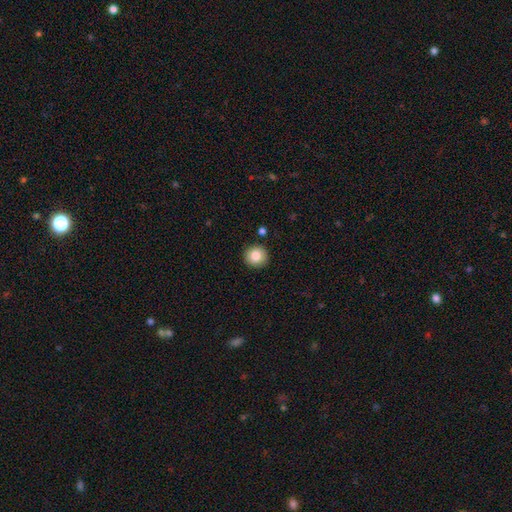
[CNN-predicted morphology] Smooth or featured: smooth — 85% (star or artifact — 9%)
How rounded: round — 93% (in between — 6%)
Merging: none — 91% (minor disturbance — 6%)